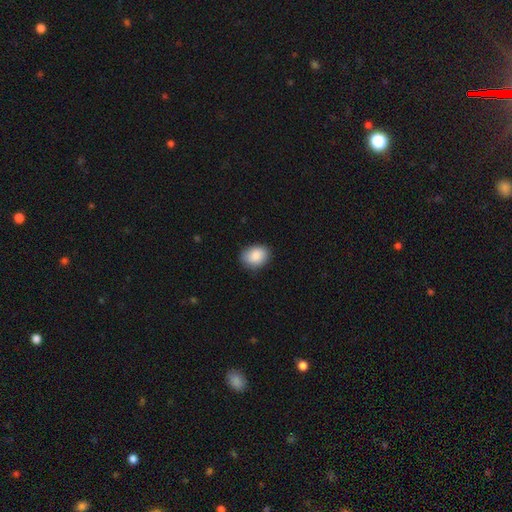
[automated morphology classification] This appears to be a smooth galaxy with no disk features (88%) that is in between round and cigar-shaped (61%). Merging: none (82%).